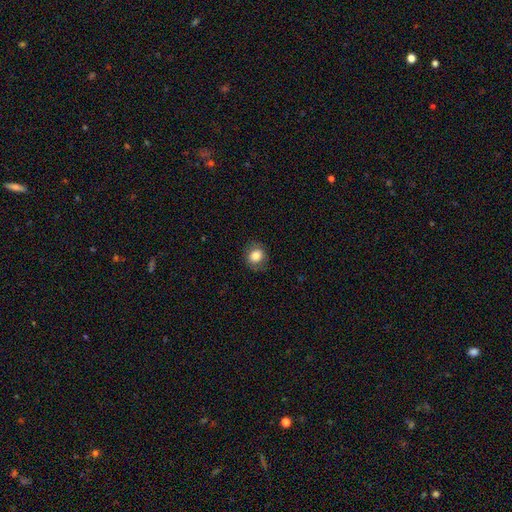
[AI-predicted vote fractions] Smooth or featured? smooth (81%)
How rounded? round (72%)
Merging? none (80%)